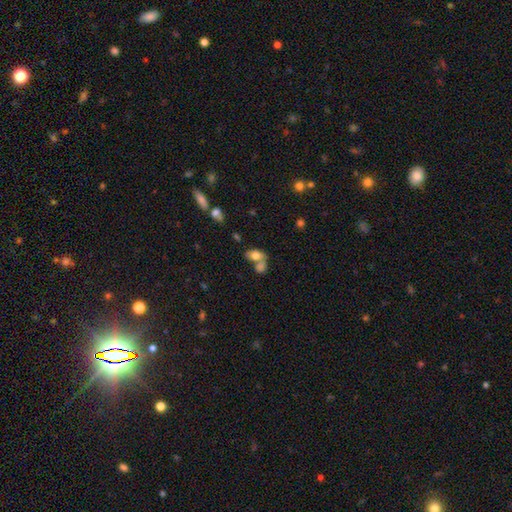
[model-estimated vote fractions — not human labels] A smooth galaxy with no disk features (74%) that is in between round and cigar-shaped (83%).

Vote fractions:
- Smooth or featured? smooth: 74% / featured or disk: 16% / star or artifact: 10%
- How rounded? in between: 83% / round: 15% / cigar-shaped: 2%
- Merging? merger: 54% / none: 29% / minor disturbance: 10% / major disturbance: 6%